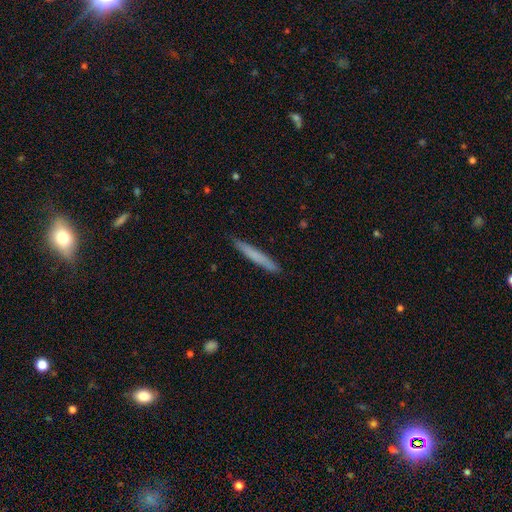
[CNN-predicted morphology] type=smooth (71%); roundness=cigar-shaped (96%); merging=none (89%).